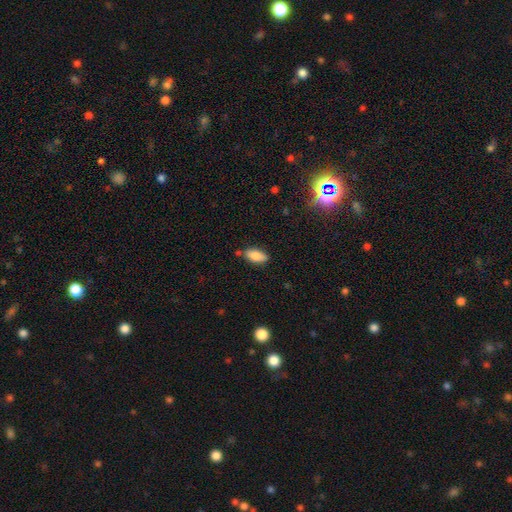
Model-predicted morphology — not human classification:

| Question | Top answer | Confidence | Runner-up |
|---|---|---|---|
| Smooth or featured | smooth | 84% | featured or disk (9%) |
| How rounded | in between | 88% | cigar-shaped (9%) |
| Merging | none | 77% | minor disturbance (15%) |